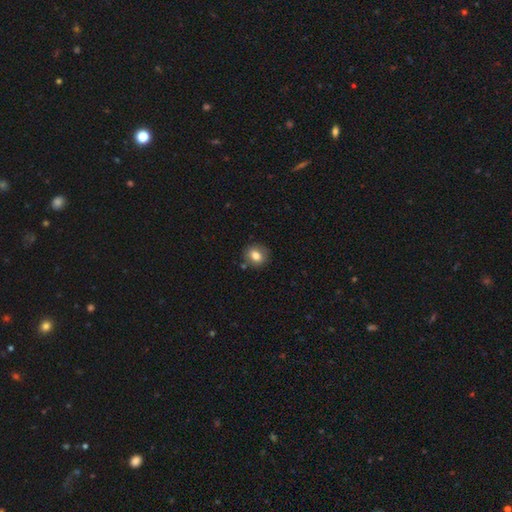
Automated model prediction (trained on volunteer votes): Smooth or featured? smooth (80%)
How rounded? round (70%)
Merging? none (83%)